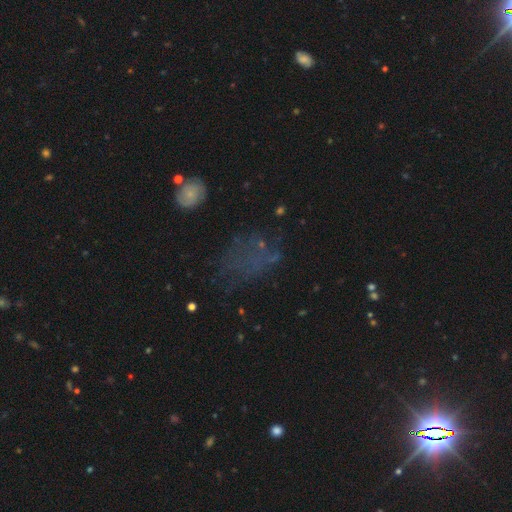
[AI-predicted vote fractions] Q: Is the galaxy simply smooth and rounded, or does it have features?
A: star or artifact — 37%.